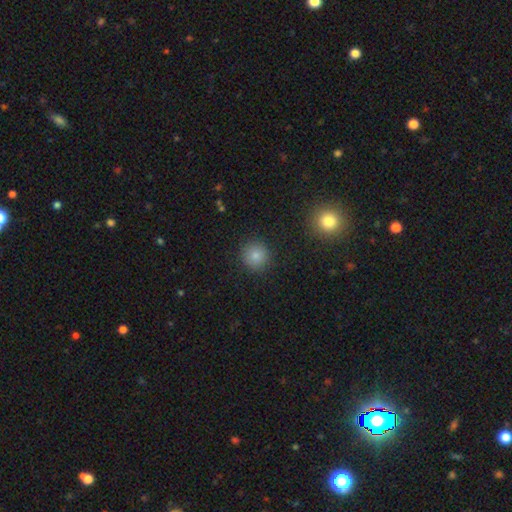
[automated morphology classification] smooth_or_featured: smooth (p=0.82) [alt: star or artifact p=0.12]
how_rounded: round (p=0.93) [alt: in between p=0.06]
merging: none (p=0.89) [alt: minor disturbance p=0.07]